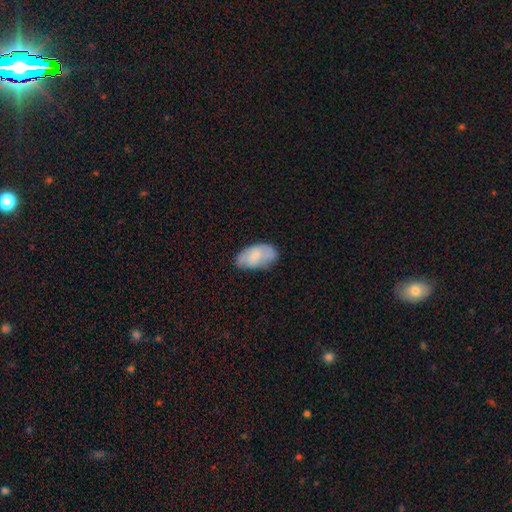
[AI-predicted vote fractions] Q: Smooth or featured?
A: smooth (71%); runner-up: featured or disk (23%)
Q: How rounded?
A: in between (94%); runner-up: round (3%)
Q: Merging?
A: none (65%); runner-up: minor disturbance (28%)